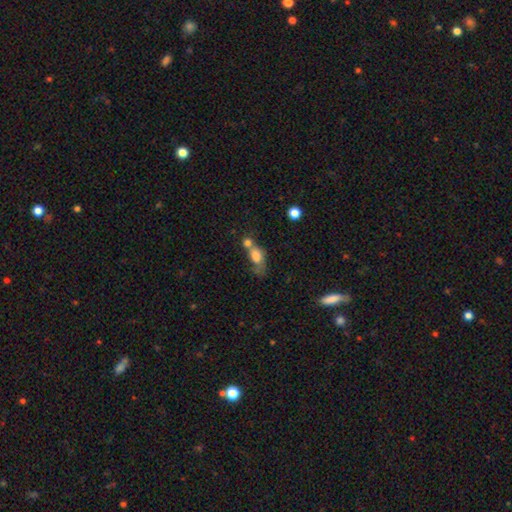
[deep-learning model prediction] Smooth or featured?
  - smooth: 72% *
  - featured or disk: 18%
  - star or artifact: 10%
How rounded?
  - in between: 69% *
  - round: 24%
  - cigar-shaped: 7%
Merging?
  - merger: 52% *
  - none: 21%
  - major disturbance: 14%
  - minor disturbance: 13%